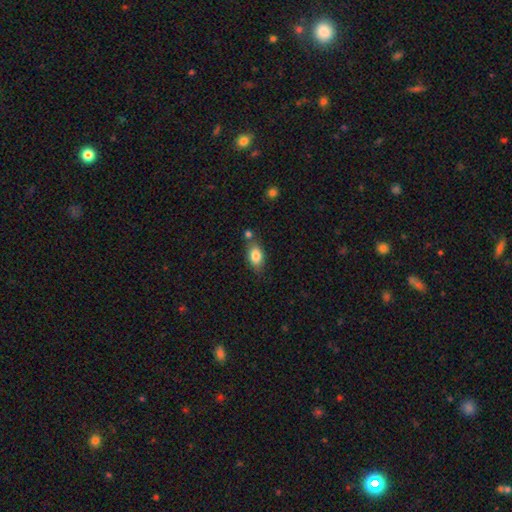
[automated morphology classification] Smooth or featured? Predicted: smooth (p=0.83). How rounded? Predicted: in between (p=0.86). Merging? Predicted: none (p=0.66).